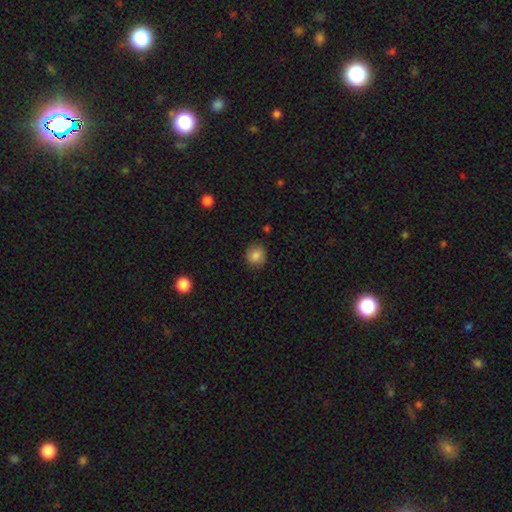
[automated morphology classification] A smooth galaxy with no disk features (85%) that is round (85%).

Vote fractions:
- Smooth or featured? smooth: 85% / star or artifact: 10% / featured or disk: 5%
- How rounded? round: 85% / in between: 14% / cigar-shaped: 1%
- Merging? none: 86% / minor disturbance: 10% / major disturbance: 2% / merger: 1%